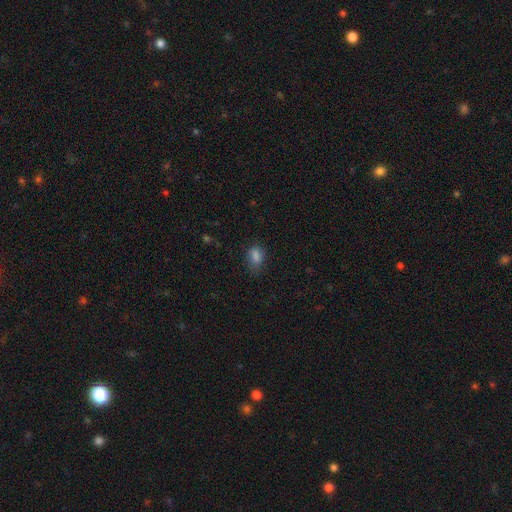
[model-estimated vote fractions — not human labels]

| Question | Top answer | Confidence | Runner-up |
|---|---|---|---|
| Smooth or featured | smooth | 82% | star or artifact (11%) |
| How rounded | in between | 82% | round (15%) |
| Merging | none | 63% | minor disturbance (26%) |